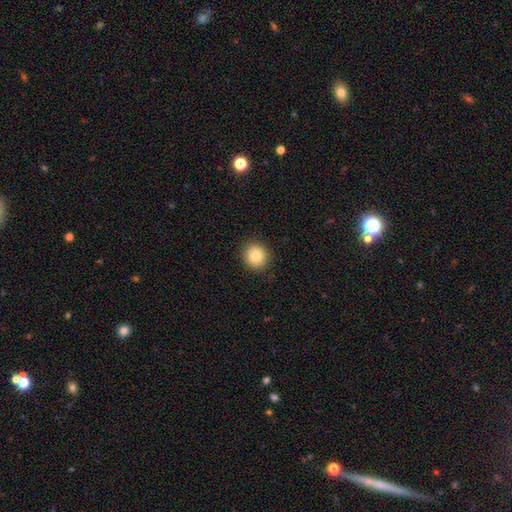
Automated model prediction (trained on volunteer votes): Smooth or featured: smooth — 82% (star or artifact — 10%)
How rounded: round — 88% (in between — 11%)
Merging: none — 91% (minor disturbance — 6%)